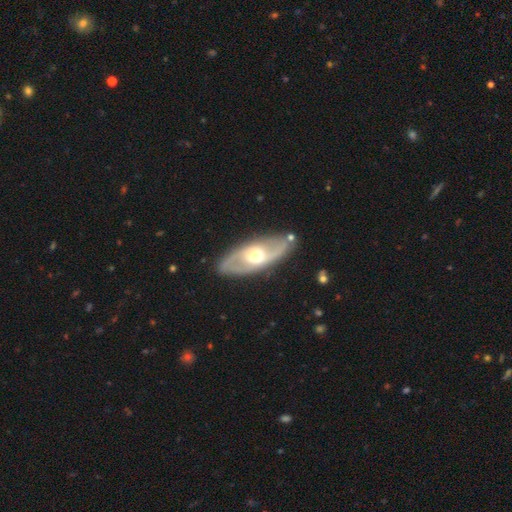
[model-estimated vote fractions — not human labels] smooth-or-featured: featured or disk: 75% | smooth: 21% | star or artifact: 4%
  disk-edge-on: no: 86% | yes: 14%
    bar: no: 65% | weak: 26% | strong: 8%
    has-spiral-arms: yes: 75% | no: 25%
    bulge-size: moderate: 67% | large: 21% | small: 9% | dominant: 2% | none: 1%
  merging: none: 84% | minor disturbance: 11% | major disturbance: 3% | merger: 2%